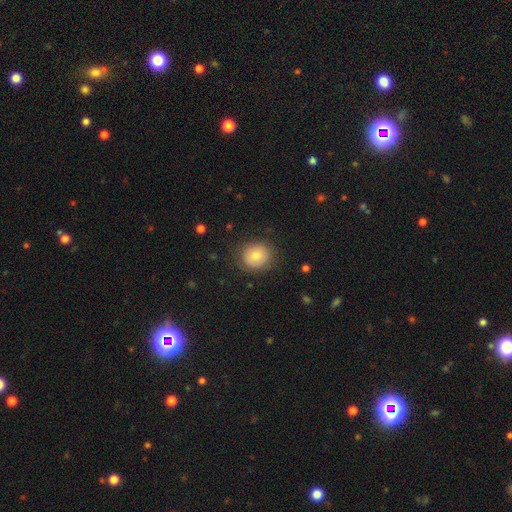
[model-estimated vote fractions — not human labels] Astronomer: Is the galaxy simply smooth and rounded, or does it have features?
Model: smooth — 74%.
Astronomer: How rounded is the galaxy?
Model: round — 85%.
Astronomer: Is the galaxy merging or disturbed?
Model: none — 84%.